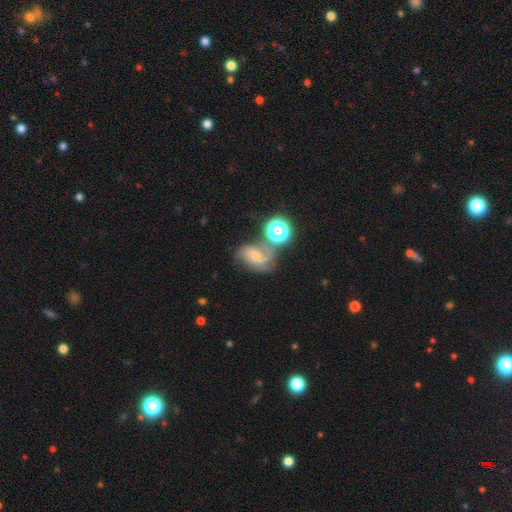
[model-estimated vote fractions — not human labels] A featured or disk galaxy (55%) with no bar (49%), spiral arms (90%) and a small central bulge (56%).

Vote fractions:
- Smooth or featured? featured or disk: 55% / smooth: 23% / star or artifact: 22%
- Edge-on disk? no: 96% / yes: 4%
- Bar? no: 49% / weak: 39% / strong: 12%
- Spiral arms? yes: 90% / no: 10%
- Bulge size? small: 56% / moderate: 36% / none: 3% / large: 3% / dominant: 2%
- Merging? none: 53% / merger: 19% / minor disturbance: 18% / major disturbance: 10%